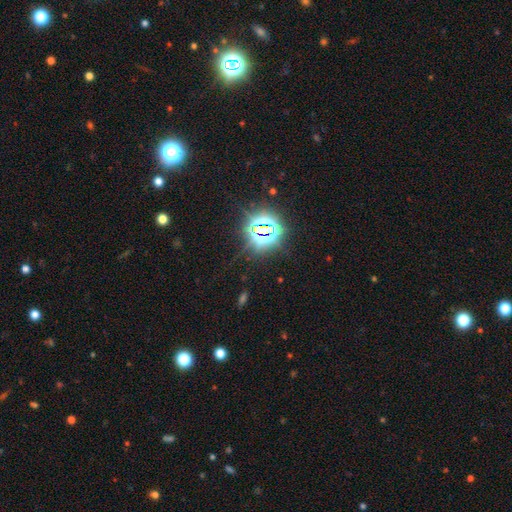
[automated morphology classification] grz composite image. It shows a star or artifact, not a galaxy (80%).